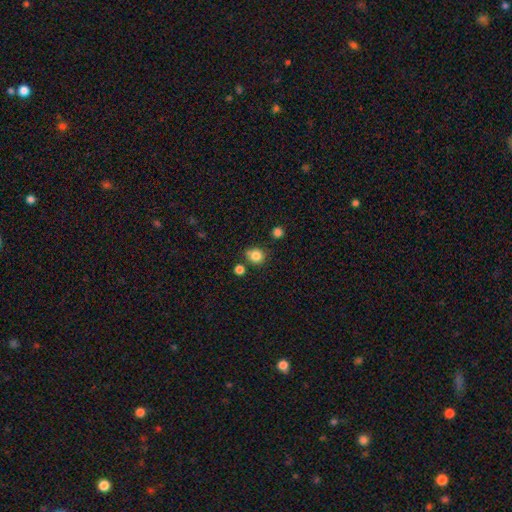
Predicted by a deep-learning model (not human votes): This is clearly a smooth galaxy (84%). How rounded: clearly round (82%). Merging: likely none (75%).